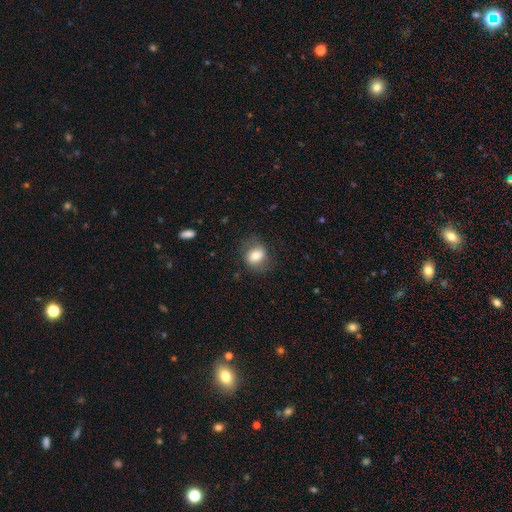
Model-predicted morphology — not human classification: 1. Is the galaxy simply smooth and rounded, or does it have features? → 74% smooth, 18% featured or disk, 8% star or artifact.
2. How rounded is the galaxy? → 51% in between, 48% round, 1% cigar-shaped.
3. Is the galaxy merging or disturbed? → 71% none, 18% minor disturbance, 9% major disturbance, 1% merger.